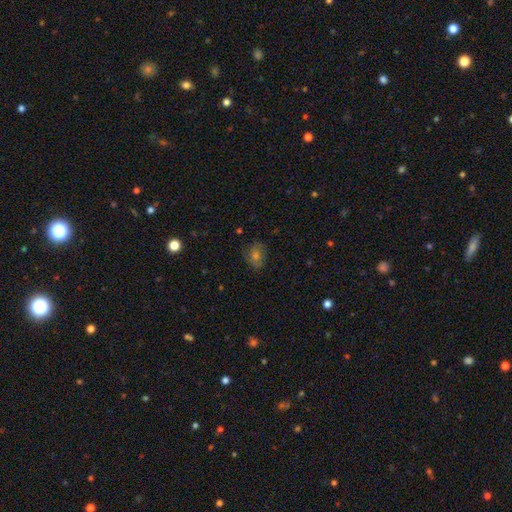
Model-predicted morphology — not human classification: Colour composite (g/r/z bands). It shows a smooth galaxy with no disk features (53%) that is in between round and cigar-shaped (49%, tied with round). Merging: none (80%).